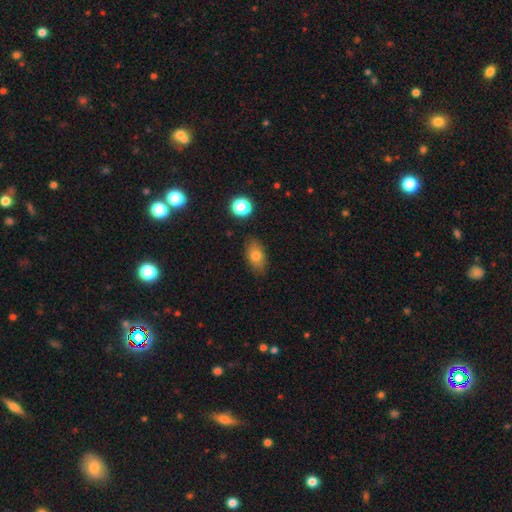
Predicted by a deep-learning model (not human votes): A smooth galaxy with no disk features (78%) that is in between round and cigar-shaped (85%). Merging: none (81%).